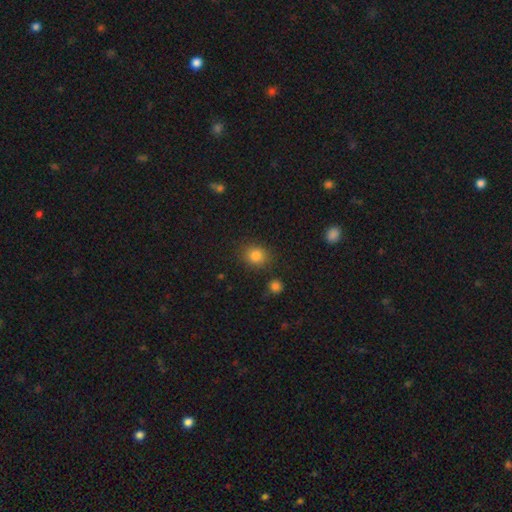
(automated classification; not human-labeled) This is clearly a smooth galaxy (83%). How rounded: likely round (76%). Merging: clearly none (84%).